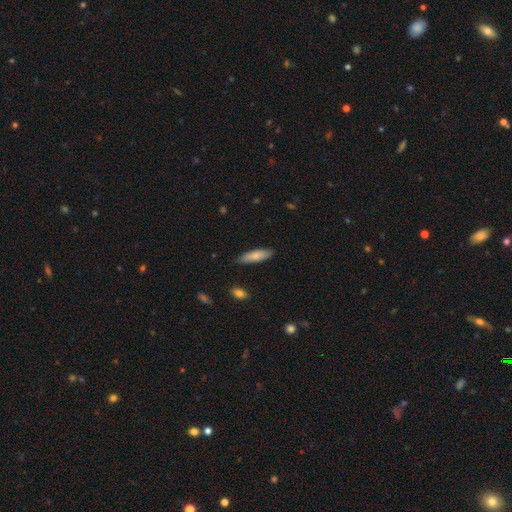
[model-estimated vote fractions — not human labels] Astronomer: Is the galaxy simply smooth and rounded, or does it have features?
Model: smooth — 79%.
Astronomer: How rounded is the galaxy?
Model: cigar-shaped — 58% (runner-up: in between, 40%).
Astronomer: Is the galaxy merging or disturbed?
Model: none — 83%.